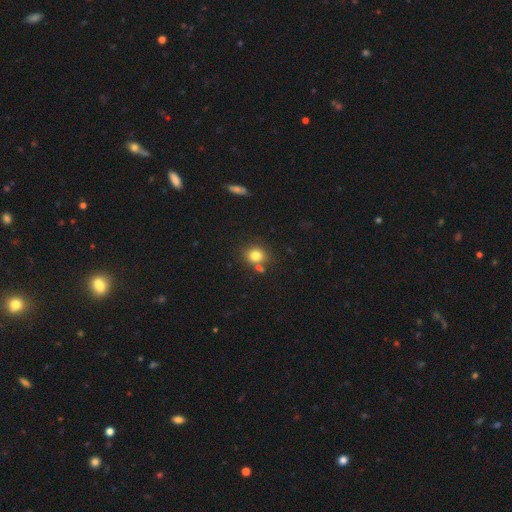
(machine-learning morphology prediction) smooth 79%, star or artifact 12%, featured or disk 9%. Down the decision tree: how rounded — round (72%); merging — none (69%).